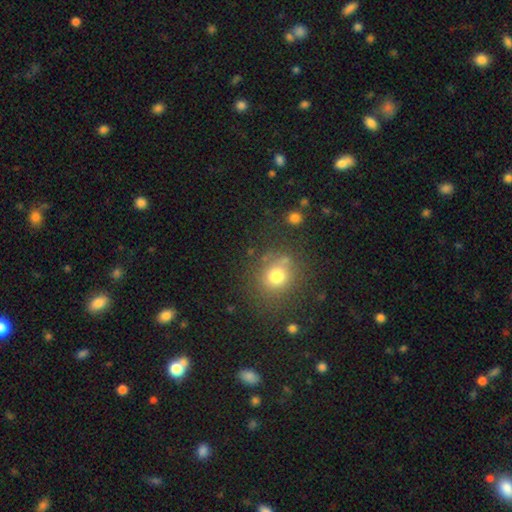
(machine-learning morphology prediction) Smooth or featured: smooth — 63% (star or artifact — 30%)
How rounded: round — 88% (in between — 11%)
Merging: none — 88% (minor disturbance — 7%)